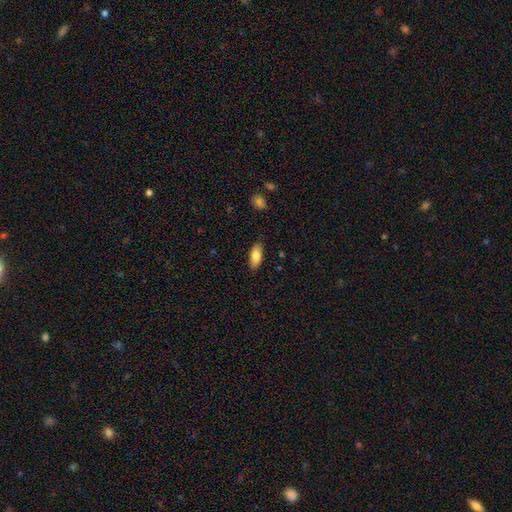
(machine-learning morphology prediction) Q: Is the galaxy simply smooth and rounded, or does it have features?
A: smooth — 83%.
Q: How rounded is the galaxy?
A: in between — 82%.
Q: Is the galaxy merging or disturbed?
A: none — 85%.